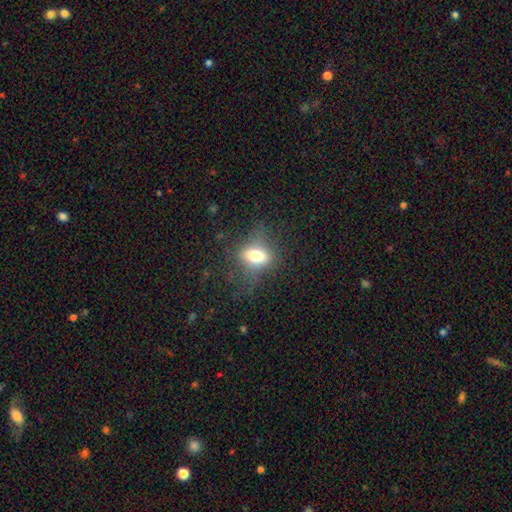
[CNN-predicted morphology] Smooth or featured? Predicted: smooth (p=0.65). How rounded? Predicted: in between (p=0.69). Merging? Predicted: none (p=0.64).